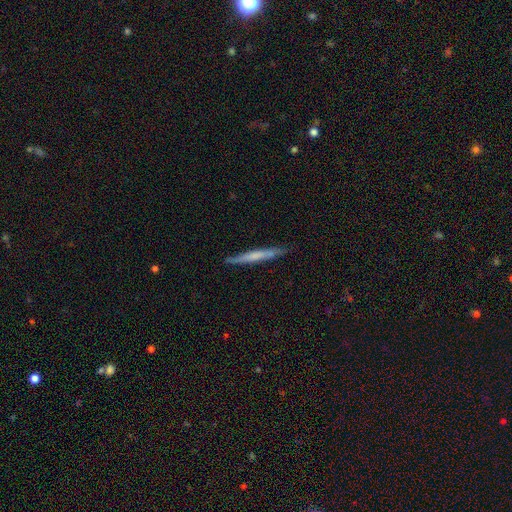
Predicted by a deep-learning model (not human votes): Smooth or featured: smooth — 52% (featured or disk — 43%)
How rounded: cigar-shaped — 96% (in between — 2%)
Merging: none — 87% (minor disturbance — 10%)